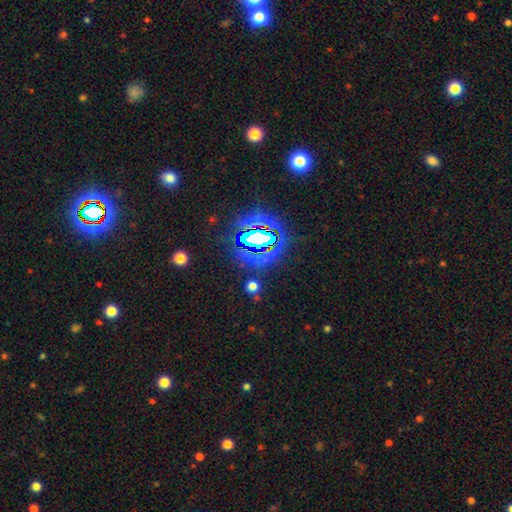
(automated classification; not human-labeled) Q: Smooth or featured?
A: star or artifact (80%); runner-up: smooth (12%)